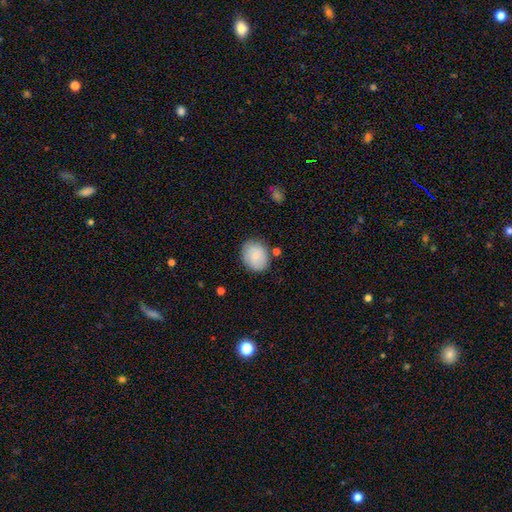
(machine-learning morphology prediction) smooth-or-featured: smooth: 80% | featured or disk: 13% | star or artifact: 7%
  how-rounded: round: 51% | in between: 48% | cigar-shaped: 1%
  merging: none: 76% | minor disturbance: 16% | major disturbance: 4% | merger: 4%